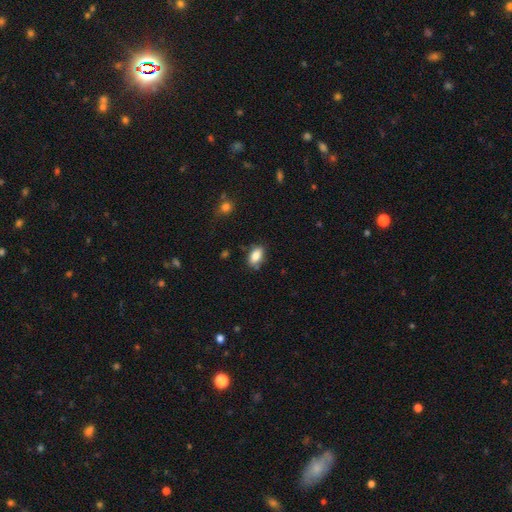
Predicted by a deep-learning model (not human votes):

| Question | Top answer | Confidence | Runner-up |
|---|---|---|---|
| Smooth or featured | smooth | 86% | star or artifact (8%) |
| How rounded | in between | 90% | round (7%) |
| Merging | none | 78% | minor disturbance (16%) |